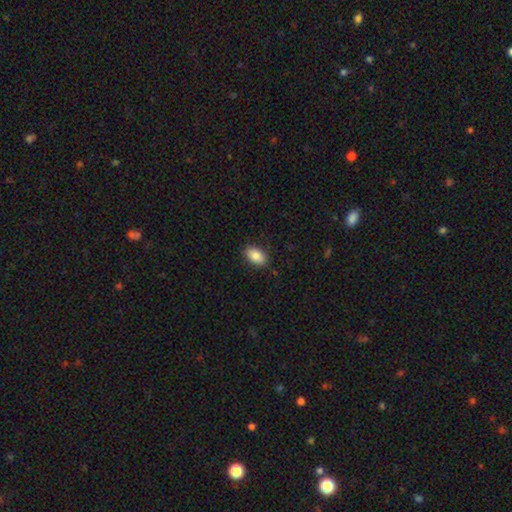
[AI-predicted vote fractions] Smooth or featured? Predicted: smooth (p=0.85). How rounded? Predicted: in between (p=0.91). Merging? Predicted: none (p=0.88).